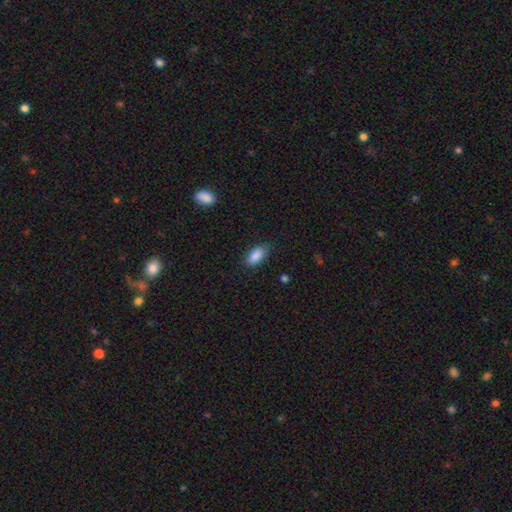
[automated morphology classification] smooth-or-featured: smooth: 88% | star or artifact: 7% | featured or disk: 4%
  how-rounded: in between: 89% | cigar-shaped: 8% | round: 3%
  merging: none: 82% | minor disturbance: 14% | major disturbance: 3% | merger: 1%